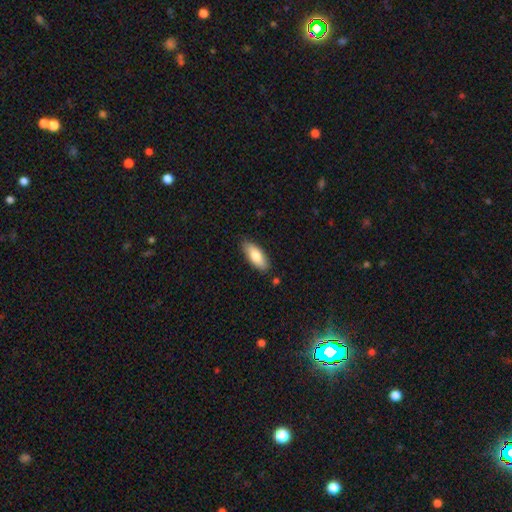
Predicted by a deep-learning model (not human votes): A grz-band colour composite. It shows a smooth galaxy with no disk features (79%) that is in between round and cigar-shaped (74%). Merging: none (86%).